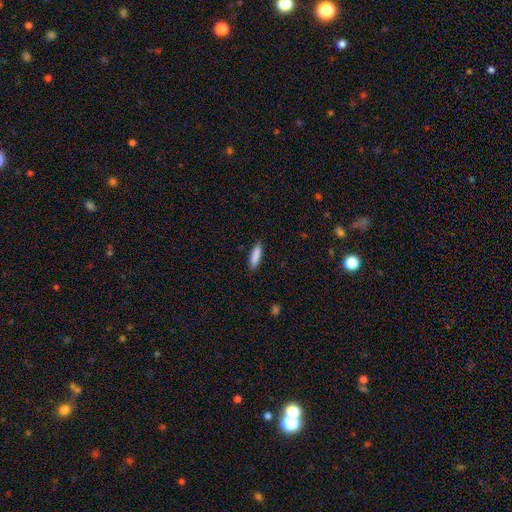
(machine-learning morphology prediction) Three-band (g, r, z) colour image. It shows a smooth galaxy with no disk features (87%) that is cigar-shaped (68%). Merging: none (88%).